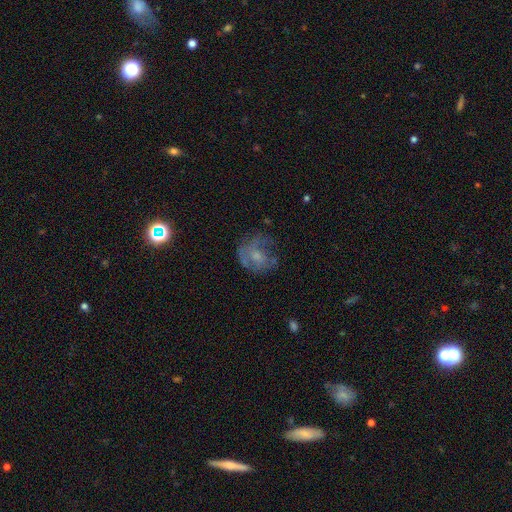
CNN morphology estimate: Smooth or featured? featured or disk (50%)
Merging? none (49%)